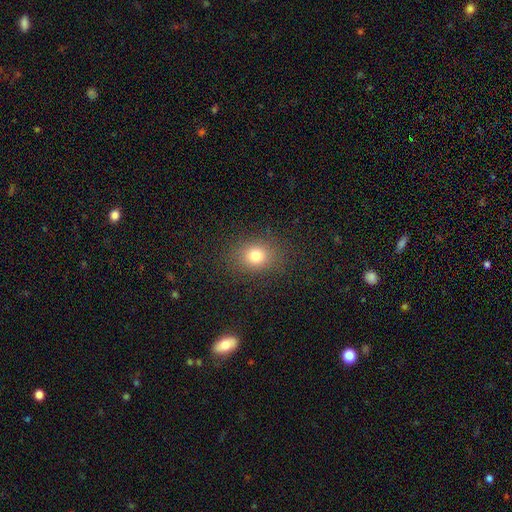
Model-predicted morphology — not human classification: Q: Smooth or featured?
A: smooth (78%); runner-up: star or artifact (14%)
Q: How rounded?
A: round (56%); runner-up: in between (43%)
Q: Merging?
A: none (85%); runner-up: minor disturbance (9%)